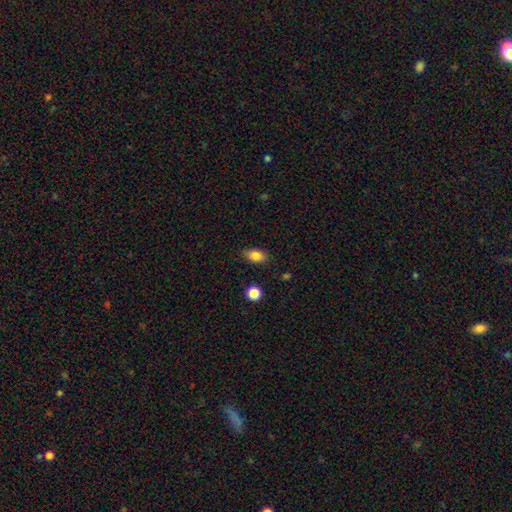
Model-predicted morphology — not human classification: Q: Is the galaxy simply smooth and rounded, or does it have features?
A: smooth — 83%.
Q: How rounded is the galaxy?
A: in between — 85%.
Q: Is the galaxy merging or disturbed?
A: none — 84%.